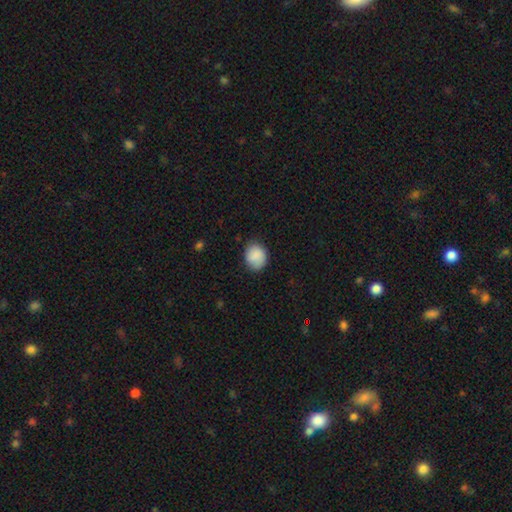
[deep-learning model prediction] Smooth or featured? smooth (87%)
How rounded? round (58%)
Merging? none (78%)